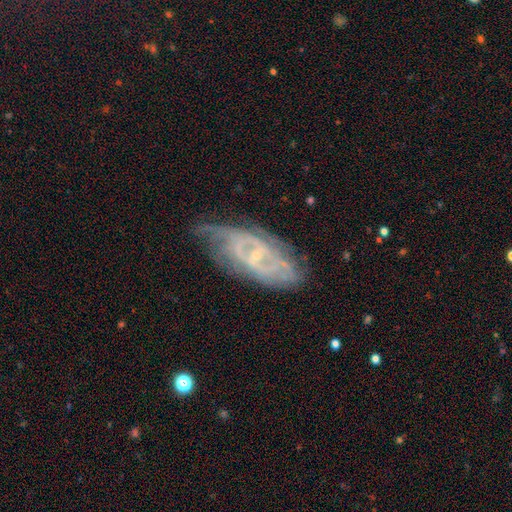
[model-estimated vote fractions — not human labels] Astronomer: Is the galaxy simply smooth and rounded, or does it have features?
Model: featured or disk — 79%.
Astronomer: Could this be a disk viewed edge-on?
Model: no — 90%.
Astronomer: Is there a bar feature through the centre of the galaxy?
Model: weak — 47% (runner-up: no, 37%).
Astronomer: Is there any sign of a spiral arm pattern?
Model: yes — 85%.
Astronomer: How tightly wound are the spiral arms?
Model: tight — 48% (runner-up: medium, 37%).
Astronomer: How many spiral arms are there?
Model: can't tell — 42% (runner-up: 2, 36%).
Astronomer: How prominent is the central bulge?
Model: small — 72%.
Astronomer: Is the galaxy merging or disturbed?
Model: none — 54% (runner-up: minor disturbance, 30%).